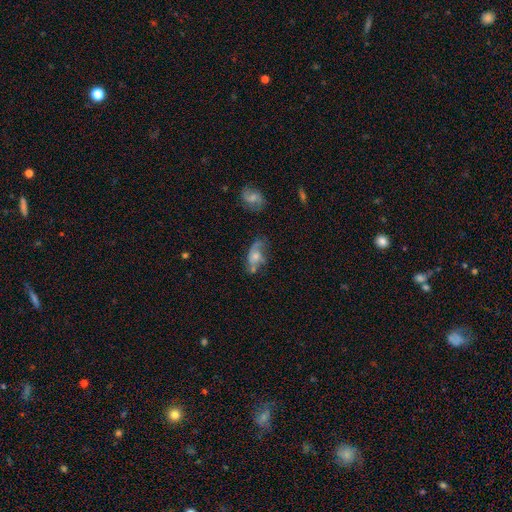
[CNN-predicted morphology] Smooth or featured: featured or disk — 58% (smooth — 31%)
Edge-on disk: no — 92% (yes — 8%)
Bar: no — 74% (weak — 22%)
Spiral arms: yes — 74% (no — 26%)
Bulge size: moderate — 49% (small — 38%)
Merging: none — 47% (minor disturbance — 27%)